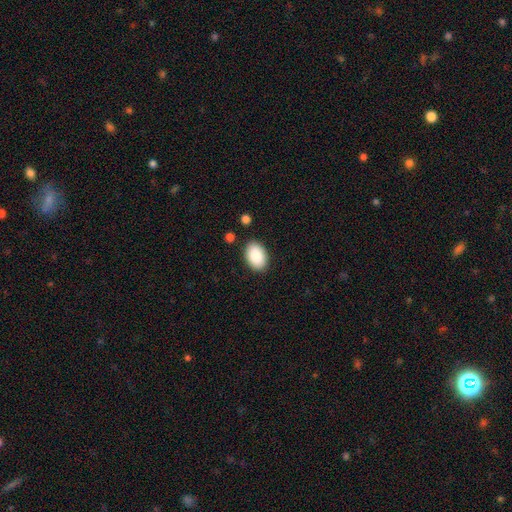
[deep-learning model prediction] This is clearly a smooth galaxy (88%). How rounded: clearly in between (89%). Merging: clearly none (87%).